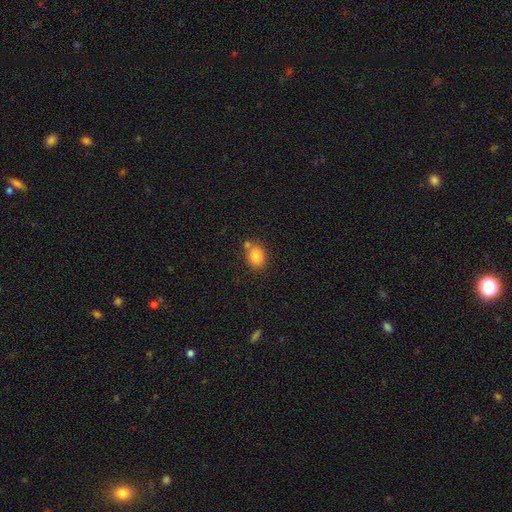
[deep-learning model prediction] smooth 84%, star or artifact 10%, featured or disk 7%. Down the decision tree: how rounded — in between (53%); merging — none (69%).